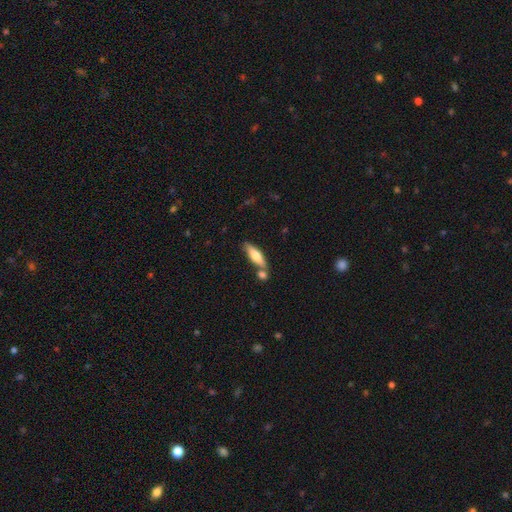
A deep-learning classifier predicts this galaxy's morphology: type=smooth (62%); roundness=cigar-shaped (57%); merging=none (63%).